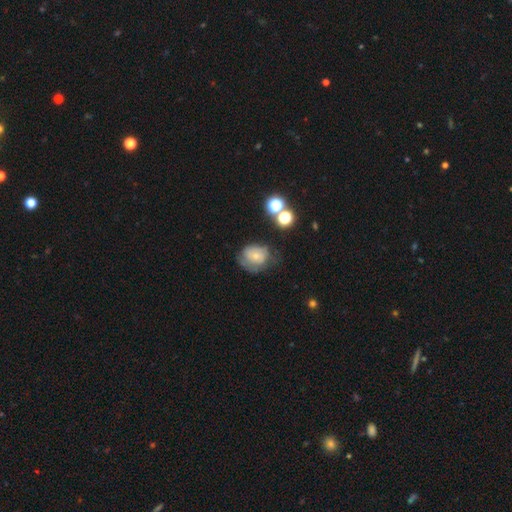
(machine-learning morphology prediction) A smooth galaxy with no disk features (52%) that is round (56%).

Vote fractions:
- Smooth or featured? smooth: 52% / featured or disk: 37% / star or artifact: 11%
- How rounded? round: 56% / in between: 43% / cigar-shaped: 1%
- Merging? none: 43% / minor disturbance: 30% / major disturbance: 22% / merger: 4%